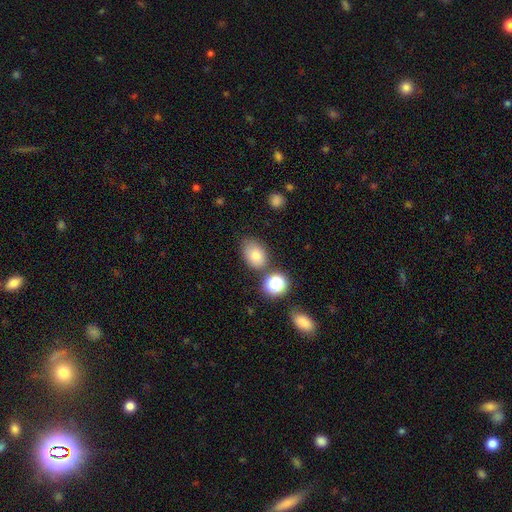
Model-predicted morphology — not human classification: Overall: smooth (75%). How rounded: in between (73%). Merging: none (66%).